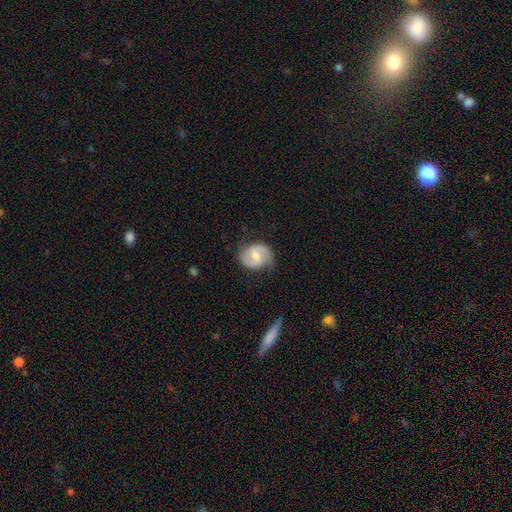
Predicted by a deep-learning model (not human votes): The model was most divided on "bulge size": moderate: 55%, small: 35%, none: 5%, large: 4%, dominant: 1%. Remaining: edge-on disk — no (98%); spiral arms — yes (91%); spiral arm count — 2 (89%); merging — none (74%); smooth or featured — featured or disk (69%); bar — weak (56%); spiral winding — medium (49%).